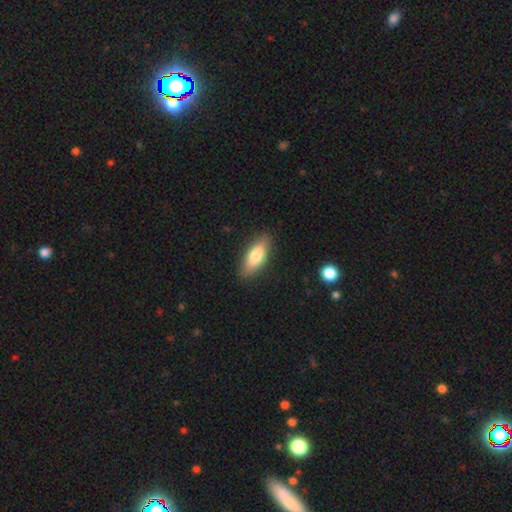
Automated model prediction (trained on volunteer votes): A smooth galaxy with no disk features (77%) that is in between round and cigar-shaped (72%). Merging: none (87%).